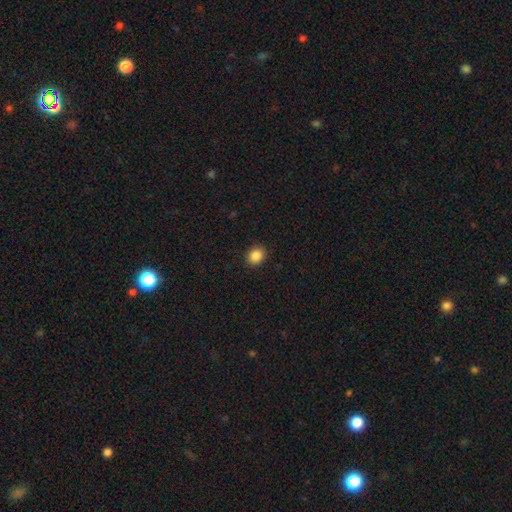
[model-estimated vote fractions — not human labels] smooth_or_featured: smooth (p=0.87) [alt: star or artifact p=0.10]
how_rounded: round (p=0.64) [alt: in between p=0.35]
merging: none (p=0.91) [alt: minor disturbance p=0.06]